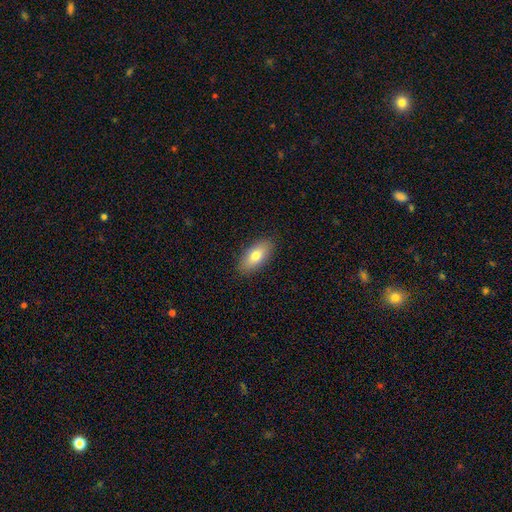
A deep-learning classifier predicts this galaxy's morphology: smooth_or_featured: smooth (p=0.77) [alt: featured or disk p=0.16]
how_rounded: in between (p=0.88) [alt: cigar-shaped p=0.08]
merging: none (p=0.88) [alt: minor disturbance p=0.09]